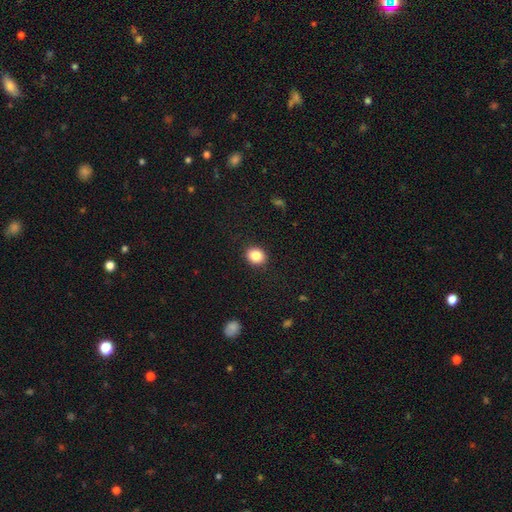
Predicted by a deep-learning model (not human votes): This appears to be a smooth galaxy with no disk features (86%) that is round (64%). Merging: none (90%).